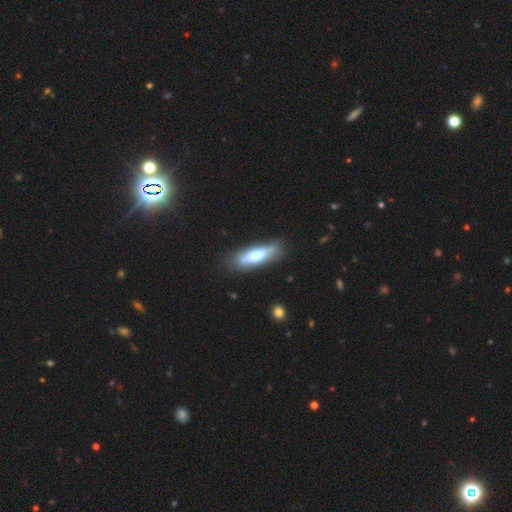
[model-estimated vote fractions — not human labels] Smooth or featured? Predicted: smooth (p=0.58). How rounded? Predicted: cigar-shaped (p=0.61). Merging? Predicted: none (p=0.68).